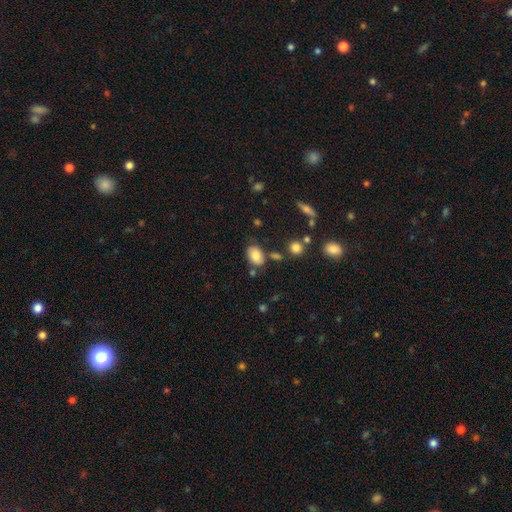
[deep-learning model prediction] smooth 82%, star or artifact 9%, featured or disk 9%. Down the decision tree: how rounded — in between (82%); merging — none (69%).